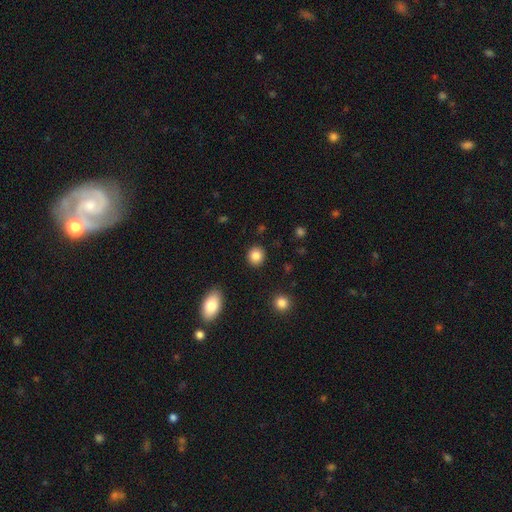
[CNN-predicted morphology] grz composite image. It shows a smooth galaxy with no disk features (85%) that is round (82%). Merging: none (90%).